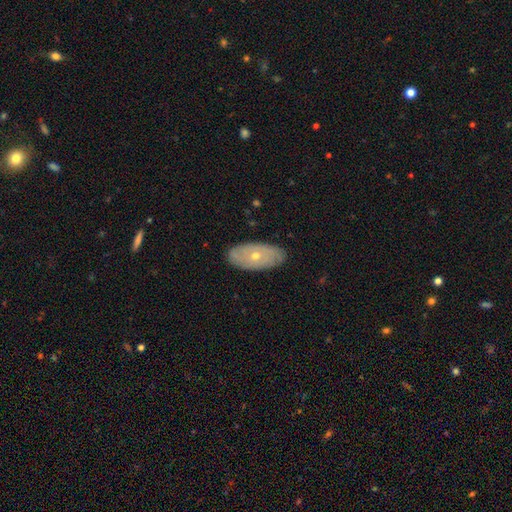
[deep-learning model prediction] The model was most divided on "smooth or featured": featured or disk: 56%, smooth: 37%, star or artifact: 7%. More confident: merging — none (86%); edge-on disk — no (83%).